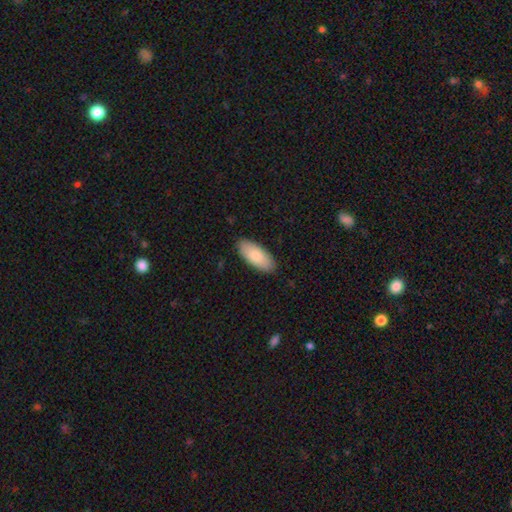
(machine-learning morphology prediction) The model was most divided on "smooth or featured": smooth: 84%, featured or disk: 10%, star or artifact: 5%. More confident: merging — none (88%); how rounded — in between (88%).